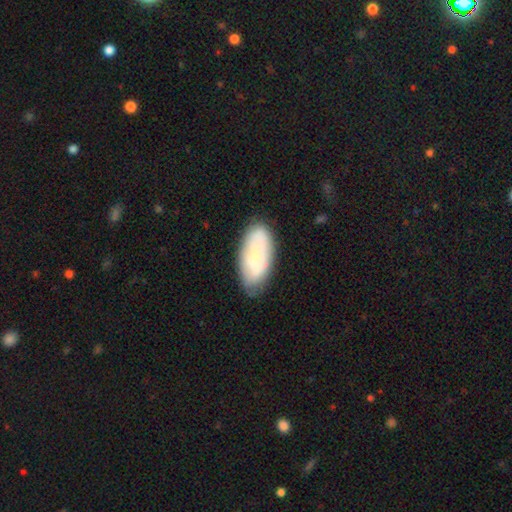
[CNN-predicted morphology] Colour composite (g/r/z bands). It shows a smooth galaxy with no disk features (60%) that is in between round and cigar-shaped (91%). Merging: none (76%).